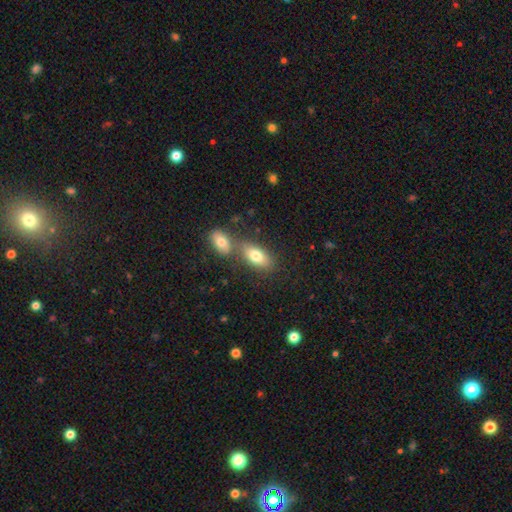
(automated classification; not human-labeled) The model was most divided on "merging": none: 53%, merger: 33%, minor disturbance: 10%, major disturbance: 3%. More confident: how rounded — in between (88%); smooth or featured — smooth (78%).